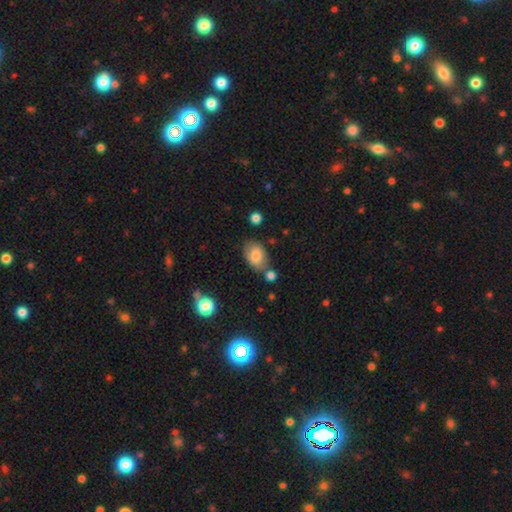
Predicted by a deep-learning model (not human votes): A smooth galaxy with no disk features (79%) that is in between round and cigar-shaped (85%). Merging: none (67%).